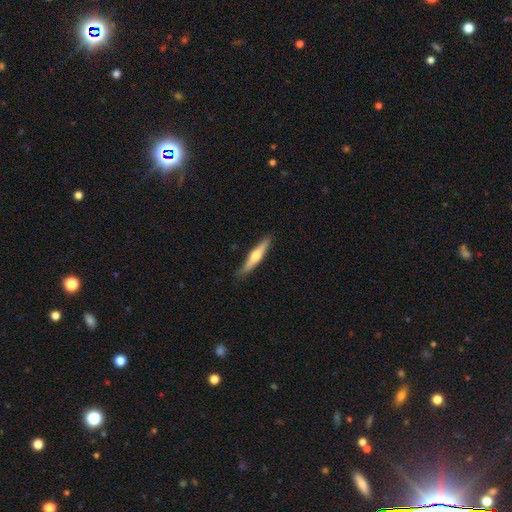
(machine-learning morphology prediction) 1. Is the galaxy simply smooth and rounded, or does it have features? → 51% featured or disk, 44% smooth, 5% star or artifact.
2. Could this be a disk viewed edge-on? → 95% yes, 5% no.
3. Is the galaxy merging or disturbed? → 85% none, 12% minor disturbance, 2% major disturbance, 1% merger.